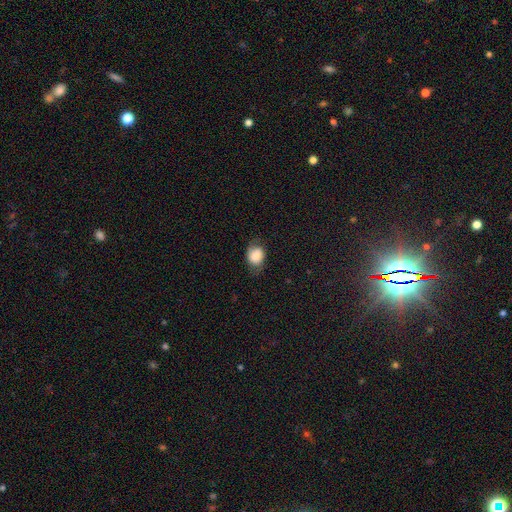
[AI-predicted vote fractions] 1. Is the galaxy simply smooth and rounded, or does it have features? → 80% smooth, 12% featured or disk, 8% star or artifact.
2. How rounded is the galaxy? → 57% in between, 42% round, 1% cigar-shaped.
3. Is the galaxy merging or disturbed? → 64% none, 26% minor disturbance, 9% major disturbance, 1% merger.